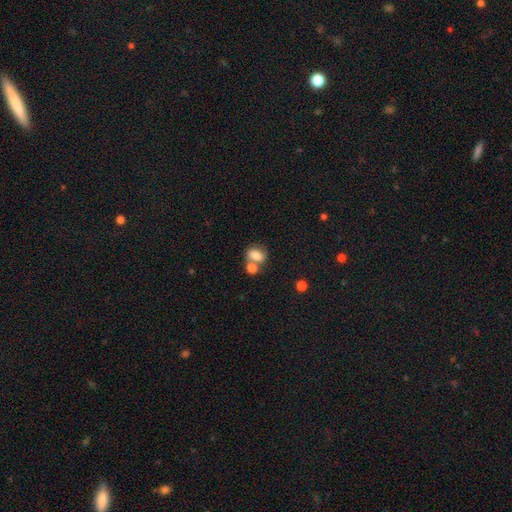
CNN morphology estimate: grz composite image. It shows a smooth galaxy with no disk features (75%) that is in between round and cigar-shaped (64%). Merging: none (45%).